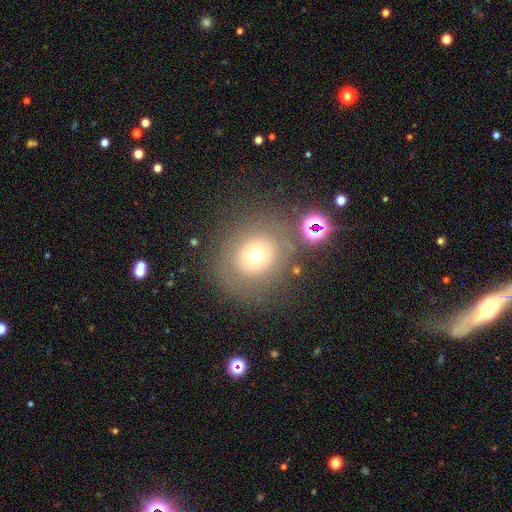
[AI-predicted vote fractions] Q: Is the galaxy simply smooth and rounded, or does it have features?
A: smooth — 62%.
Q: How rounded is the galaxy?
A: round — 84%.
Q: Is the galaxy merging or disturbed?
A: none — 74%.